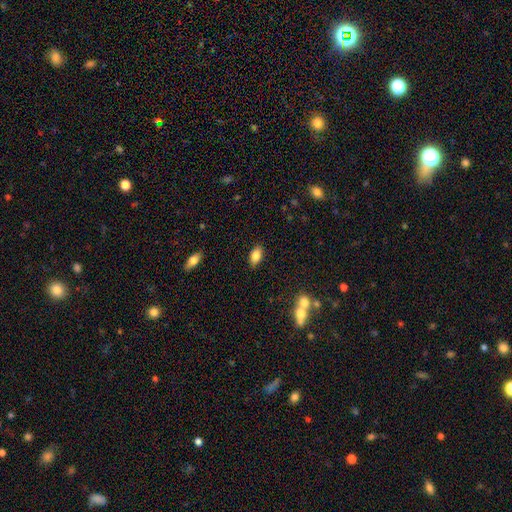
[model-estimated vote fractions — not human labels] smooth-or-featured: smooth: 81% | featured or disk: 11% | star or artifact: 8%
  how-rounded: in between: 89% | cigar-shaped: 6% | round: 5%
  merging: none: 86% | minor disturbance: 10% | major disturbance: 2% | merger: 2%